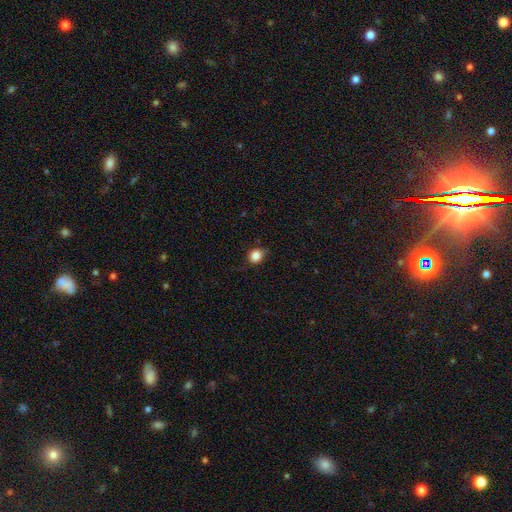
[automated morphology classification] Smooth or featured?
  - smooth: 85% *
  - star or artifact: 10%
  - featured or disk: 5%
How rounded?
  - round: 71% *
  - in between: 28%
  - cigar-shaped: 1%
Merging?
  - none: 74% *
  - minor disturbance: 21%
  - major disturbance: 4%
  - merger: 1%